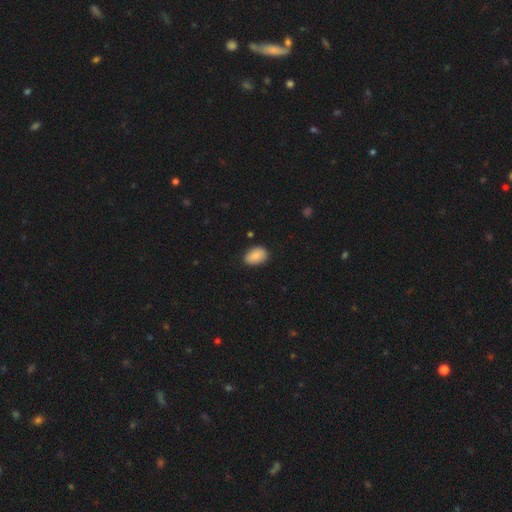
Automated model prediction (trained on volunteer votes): The model was most divided on "how rounded": in between: 83%, round: 16%, cigar-shaped: 1%. More confident: smooth or featured — smooth (83%); merging — none (83%).